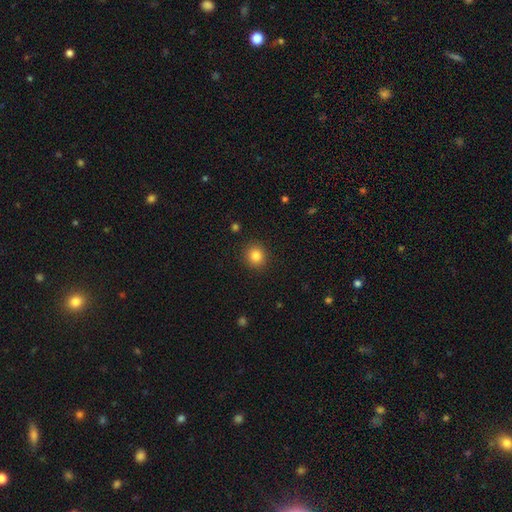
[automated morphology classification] Q: Smooth or featured?
A: smooth (84%); runner-up: star or artifact (11%)
Q: How rounded?
A: round (87%); runner-up: in between (12%)
Q: Merging?
A: none (90%); runner-up: minor disturbance (6%)